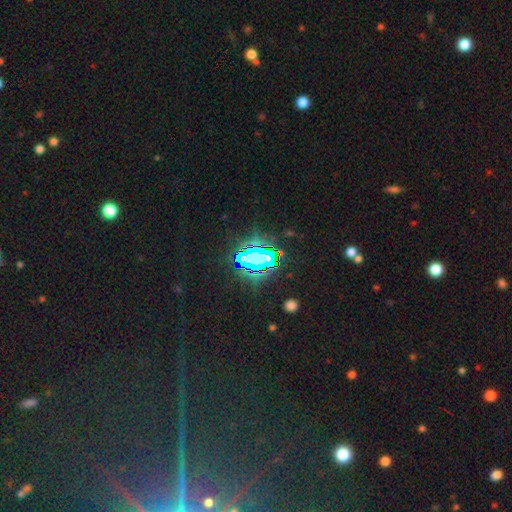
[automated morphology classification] Smooth or featured? star or artifact (75%)